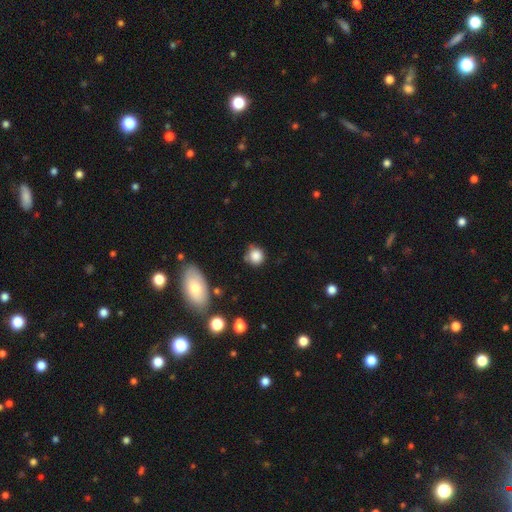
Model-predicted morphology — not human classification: A smooth galaxy with no disk features (84%) that is round (87%).

Vote fractions:
- Smooth or featured? smooth: 84% / star or artifact: 10% / featured or disk: 6%
- How rounded? round: 87% / in between: 12% / cigar-shaped: 1%
- Merging? none: 67% / minor disturbance: 22% / major disturbance: 6% / merger: 5%